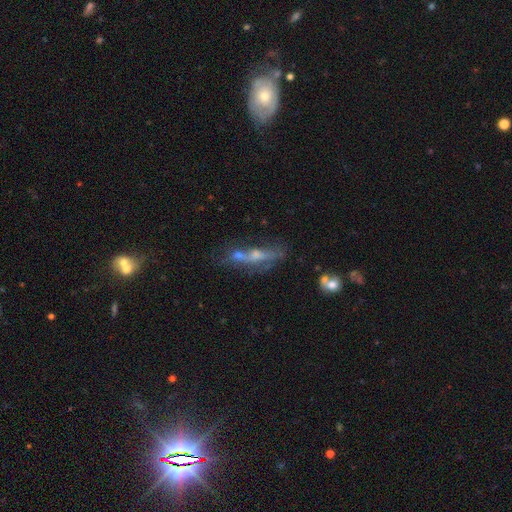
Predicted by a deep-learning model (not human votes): smooth_or_featured: featured or disk (p=0.55) [alt: smooth p=0.30]
disk_edge_on: yes (p=0.57) [alt: no p=0.43]
merging: none (p=0.43) [alt: merger p=0.24]